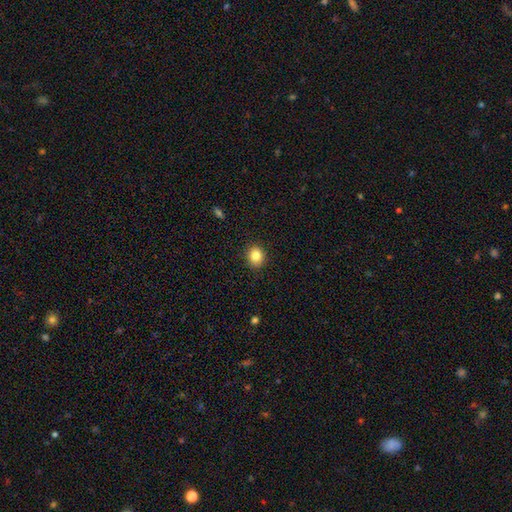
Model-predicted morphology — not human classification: Smooth or featured? smooth (84%)
How rounded? round (70%)
Merging? none (90%)